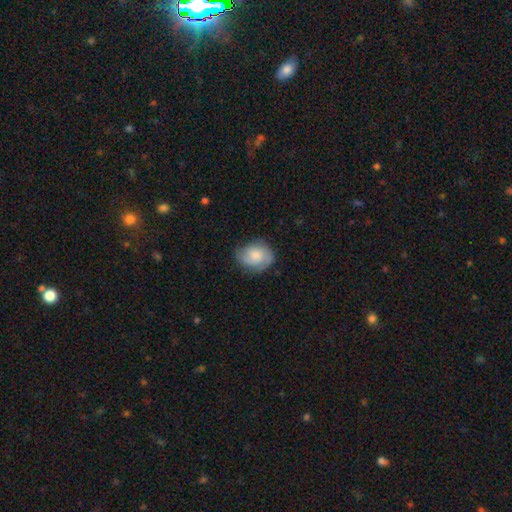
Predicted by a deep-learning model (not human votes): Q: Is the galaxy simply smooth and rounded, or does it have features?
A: smooth — 55%.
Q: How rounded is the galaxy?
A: round — 55%.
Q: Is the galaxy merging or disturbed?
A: none — 65%.